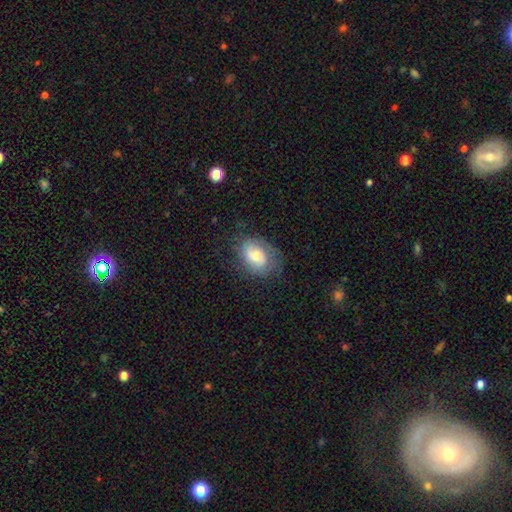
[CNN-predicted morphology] This appears to be a smooth galaxy with no disk features (55%) that is in between round and cigar-shaped (75%). Merging: none (65%).